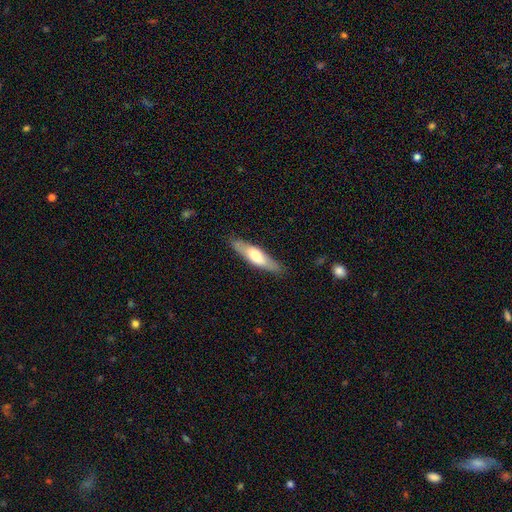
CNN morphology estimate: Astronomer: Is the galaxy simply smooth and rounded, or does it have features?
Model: smooth — 58% (runner-up: featured or disk, 37%).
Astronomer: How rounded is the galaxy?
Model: cigar-shaped — 71%.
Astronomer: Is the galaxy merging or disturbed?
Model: none — 85%.